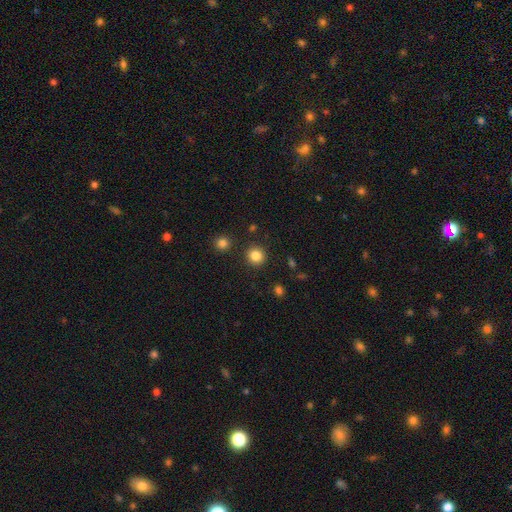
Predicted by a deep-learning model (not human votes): A smooth galaxy with no disk features (84%) that is round (92%).

Vote fractions:
- Smooth or featured? smooth: 84% / star or artifact: 11% / featured or disk: 4%
- How rounded? round: 92% / in between: 7% / cigar-shaped: 1%
- Merging? none: 90% / minor disturbance: 5% / merger: 2% / major disturbance: 2%